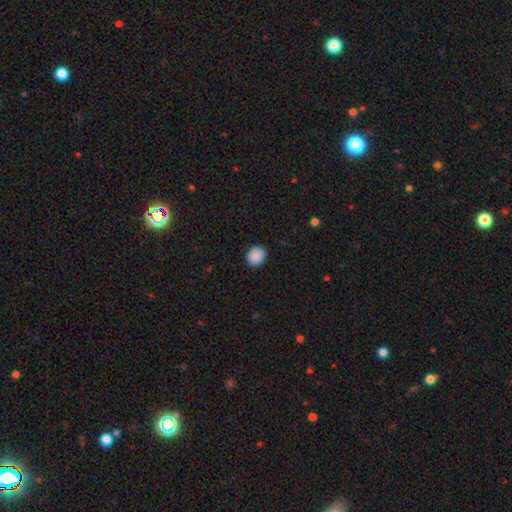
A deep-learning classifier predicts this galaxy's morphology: A smooth galaxy with no disk features (89%) that is round (77%).

Vote fractions:
- Smooth or featured? smooth: 89% / star or artifact: 9% / featured or disk: 3%
- How rounded? round: 77% / in between: 22% / cigar-shaped: 1%
- Merging? none: 90% / minor disturbance: 7% / major disturbance: 2% / merger: 1%